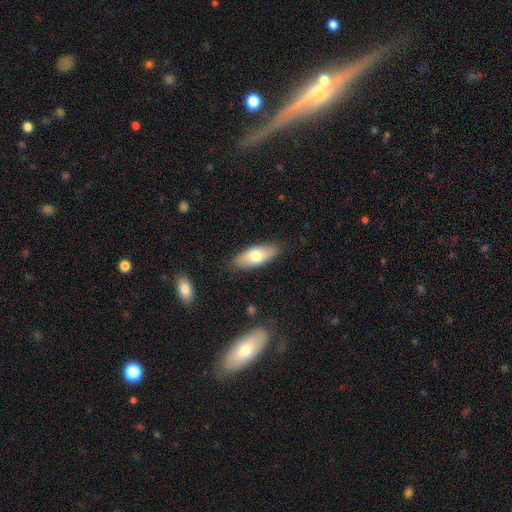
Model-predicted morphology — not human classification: smooth_or_featured: smooth (p=0.71) [alt: featured or disk p=0.23]
how_rounded: in between (p=0.78) [alt: cigar-shaped p=0.20]
merging: none (p=0.85) [alt: minor disturbance p=0.11]